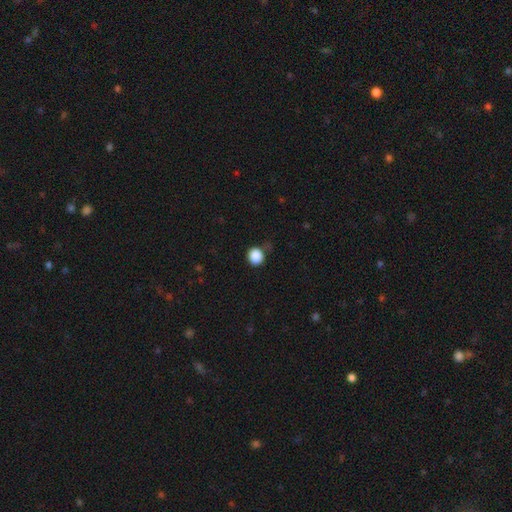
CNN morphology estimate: This is clearly a smooth galaxy (88%). How rounded: clearly round (84%). Merging: likely none (76%).